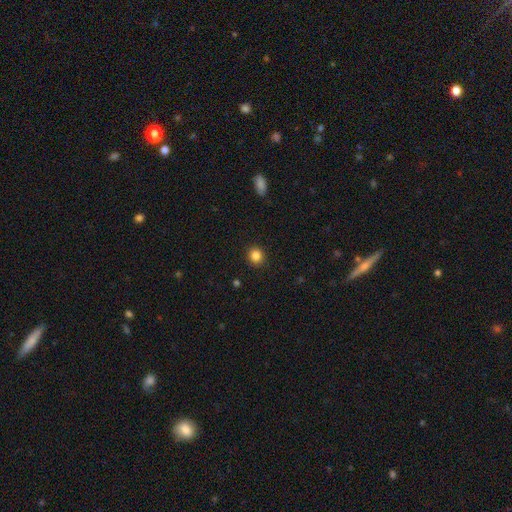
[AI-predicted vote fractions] Morphology: type=smooth (85%); roundness=round (88%); merging=none (92%).